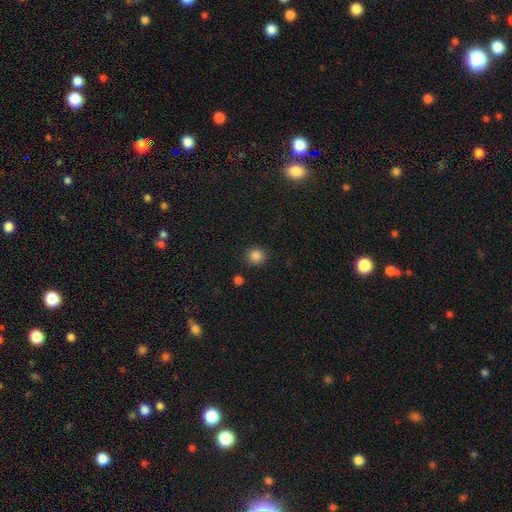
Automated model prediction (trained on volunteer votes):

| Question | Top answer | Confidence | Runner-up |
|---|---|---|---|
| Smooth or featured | smooth | 85% | star or artifact (11%) |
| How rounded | round | 89% | in between (10%) |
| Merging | none | 89% | minor disturbance (7%) |